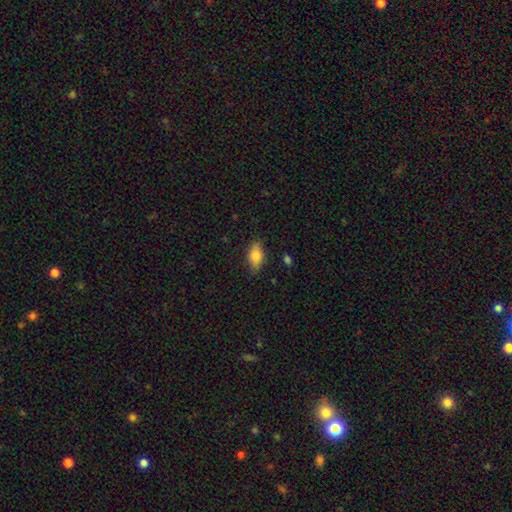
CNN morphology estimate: Overall: smooth (80%). How rounded: in between (87%). Merging: none (79%).